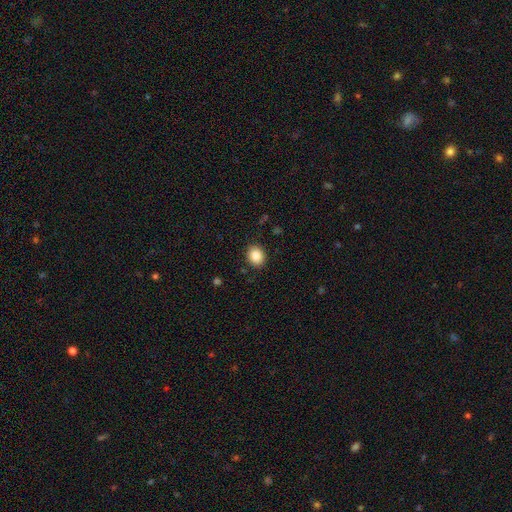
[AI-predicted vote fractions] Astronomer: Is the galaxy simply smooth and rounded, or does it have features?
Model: smooth — 86%.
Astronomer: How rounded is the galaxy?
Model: round — 64%.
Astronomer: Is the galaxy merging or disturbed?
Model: none — 89%.